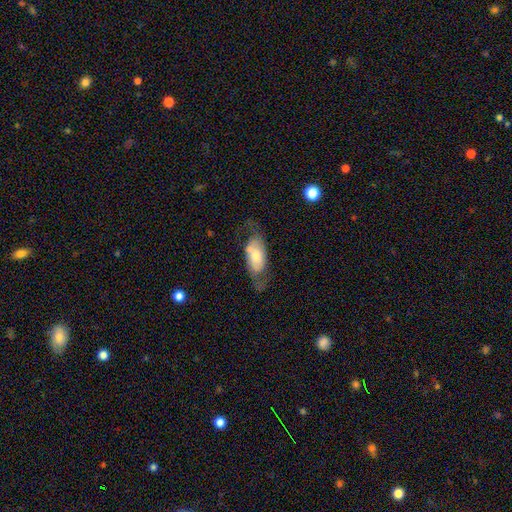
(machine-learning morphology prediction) Smooth or featured: featured or disk — 51% (smooth — 43%)
Edge-on disk: no — 87% (yes — 13%)
Merging: none — 51% (minor disturbance — 24%)